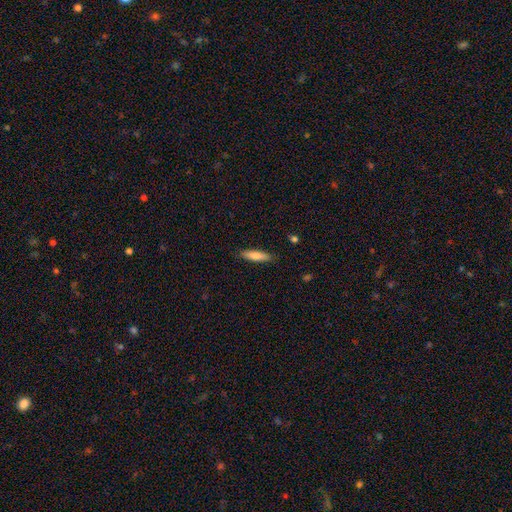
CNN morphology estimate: Smooth or featured: smooth — 81% (featured or disk — 14%)
How rounded: cigar-shaped — 72% (in between — 27%)
Merging: none — 88% (minor disturbance — 9%)